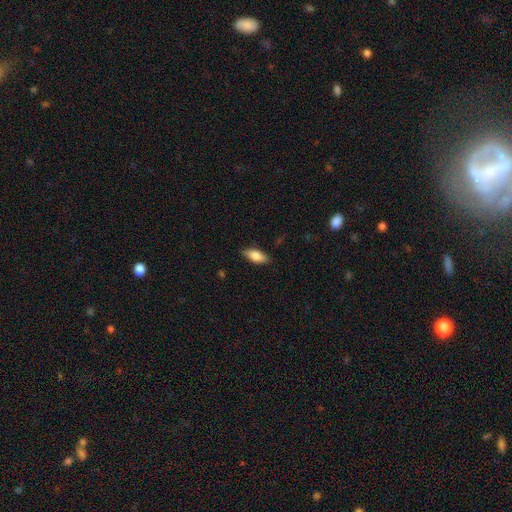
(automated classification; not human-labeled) Smooth or featured? Predicted: smooth (p=0.79). How rounded? Predicted: in between (p=0.83). Merging? Predicted: none (p=0.84).